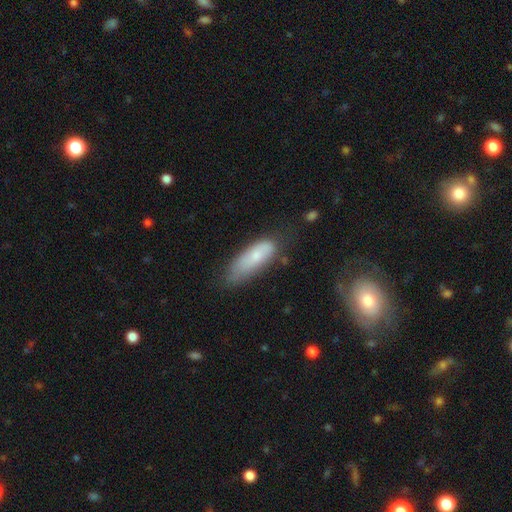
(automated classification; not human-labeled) Smooth or featured? smooth (73%)
How rounded? in between (62%)
Merging? none (50%)